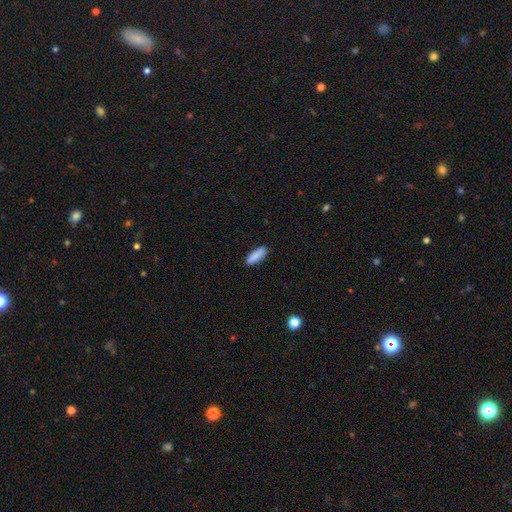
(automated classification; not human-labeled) Smooth or featured: smooth — 88% (star or artifact — 7%)
How rounded: cigar-shaped — 52% (in between — 46%)
Merging: none — 87% (minor disturbance — 10%)